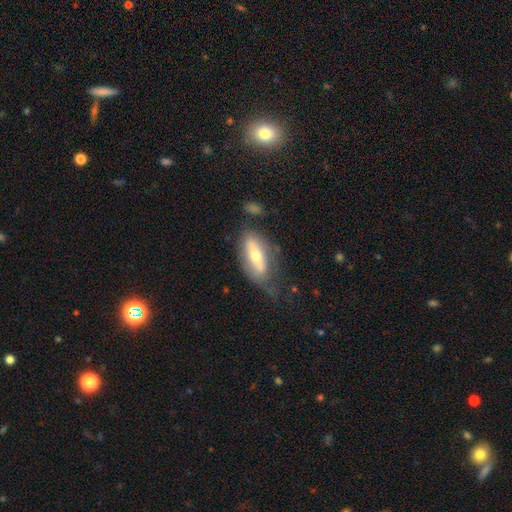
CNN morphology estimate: featured or disk 49%, smooth 44%, star or artifact 7%. Down the decision tree: merging — none (51%).